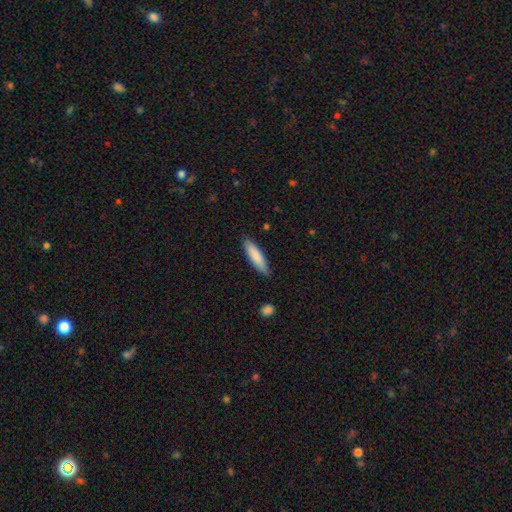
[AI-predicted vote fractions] smooth-or-featured: smooth: 84% | featured or disk: 10% | star or artifact: 5%
  how-rounded: cigar-shaped: 68% | in between: 31% | round: 1%
  merging: none: 84% | minor disturbance: 13% | major disturbance: 2% | merger: 1%